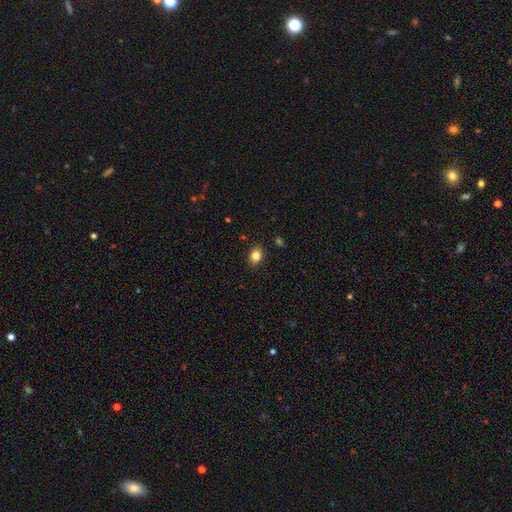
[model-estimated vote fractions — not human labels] Q: Smooth or featured?
A: smooth (82%); runner-up: star or artifact (10%)
Q: How rounded?
A: in between (67%); runner-up: round (32%)
Q: Merging?
A: none (88%); runner-up: minor disturbance (9%)